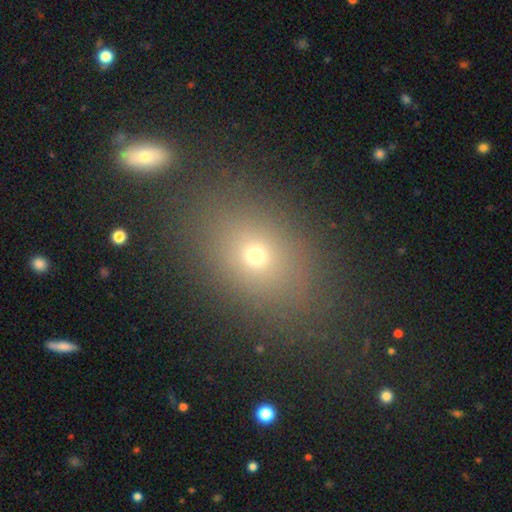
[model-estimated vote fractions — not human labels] A smooth galaxy with no disk features (66%) that is in between round and cigar-shaped (60%). Merging: none (80%).